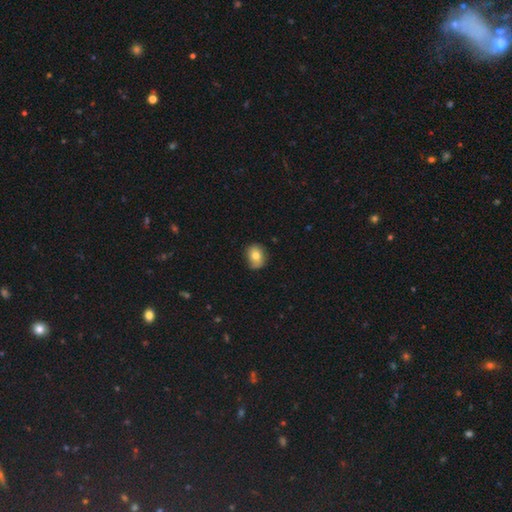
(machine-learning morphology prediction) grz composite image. It shows a smooth galaxy with no disk features (76%) that is round (51%). Merging: none (72%).